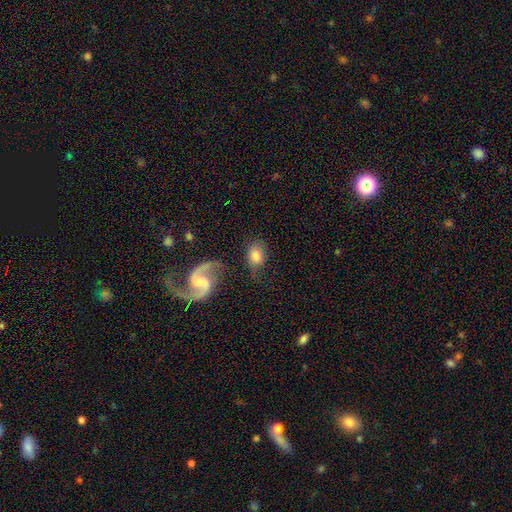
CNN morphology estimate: A smooth galaxy with no disk features (66%) that is in between round and cigar-shaped (73%). Merging: none (61%).